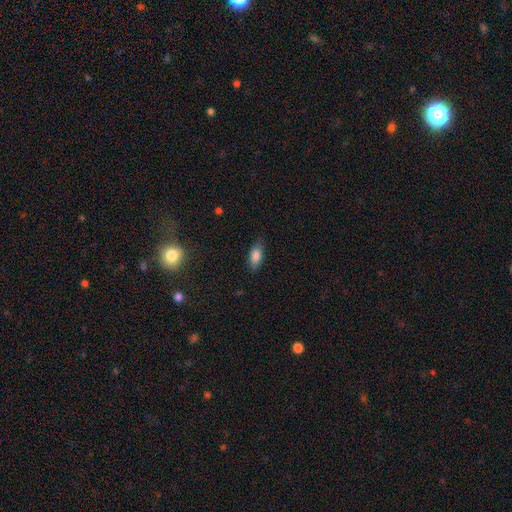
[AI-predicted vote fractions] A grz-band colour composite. It shows a smooth galaxy with no disk features (84%) that is in between round and cigar-shaped (84%). Merging: none (82%).